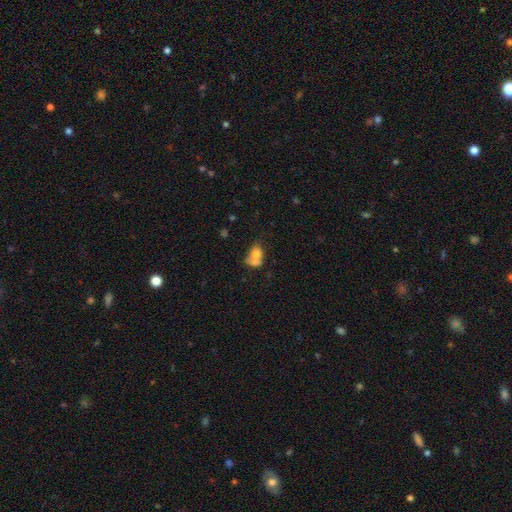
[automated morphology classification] smooth-or-featured: smooth: 68% | featured or disk: 21% | star or artifact: 10%
  how-rounded: in between: 57% | round: 41% | cigar-shaped: 2%
  merging: merger: 62% | none: 20% | minor disturbance: 10% | major disturbance: 9%